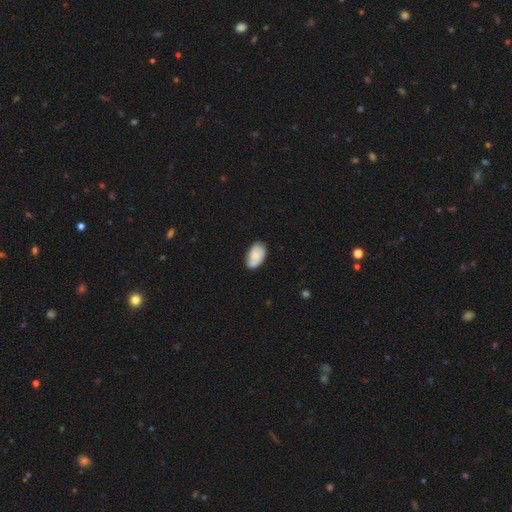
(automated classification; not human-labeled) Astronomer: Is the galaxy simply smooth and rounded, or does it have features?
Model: smooth — 69%.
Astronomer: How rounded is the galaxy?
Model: in between — 92%.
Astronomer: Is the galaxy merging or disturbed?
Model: none — 60%.